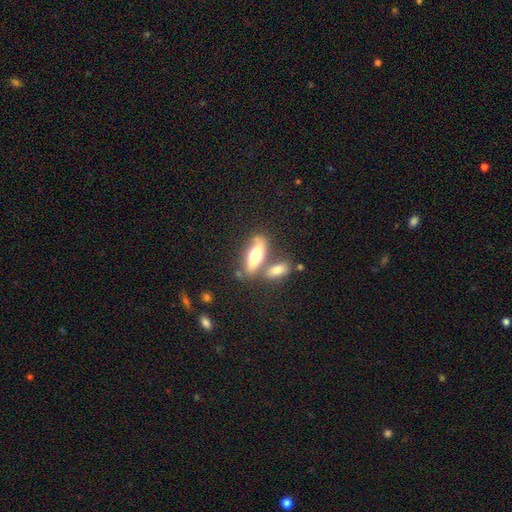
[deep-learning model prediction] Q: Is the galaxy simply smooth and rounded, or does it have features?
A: smooth — 56%.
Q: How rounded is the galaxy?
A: in between — 57%.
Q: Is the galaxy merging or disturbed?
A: none — 52%.